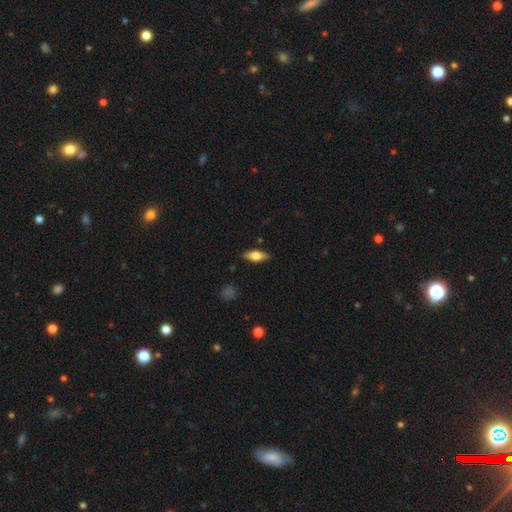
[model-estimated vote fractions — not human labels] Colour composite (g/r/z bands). It shows a smooth galaxy with no disk features (61%) that is in between round and cigar-shaped (73%). Merging: none (87%).